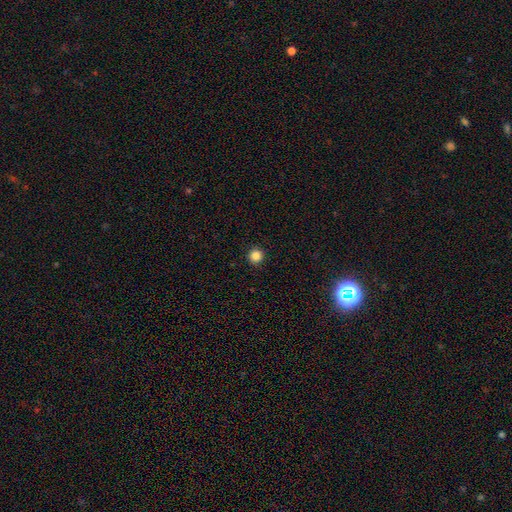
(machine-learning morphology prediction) Smooth or featured? Predicted: smooth (p=0.85). How rounded? Predicted: round (p=0.95). Merging? Predicted: none (p=0.93).